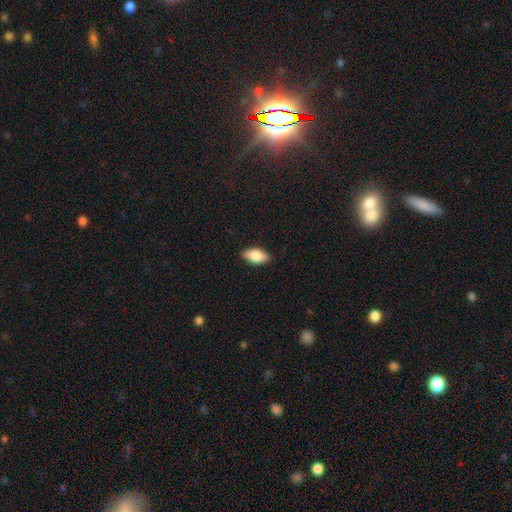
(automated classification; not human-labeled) Smooth or featured? Predicted: smooth (p=0.81). How rounded? Predicted: in between (p=0.90). Merging? Predicted: none (p=0.86).